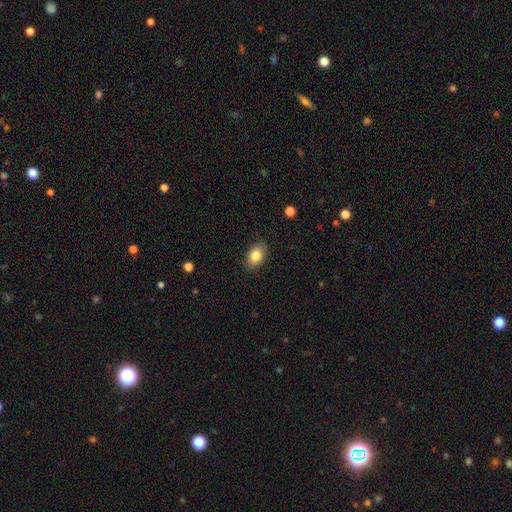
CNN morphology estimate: This appears to be a smooth galaxy with no disk features (83%) that is in between round and cigar-shaped (86%). Merging: none (86%).